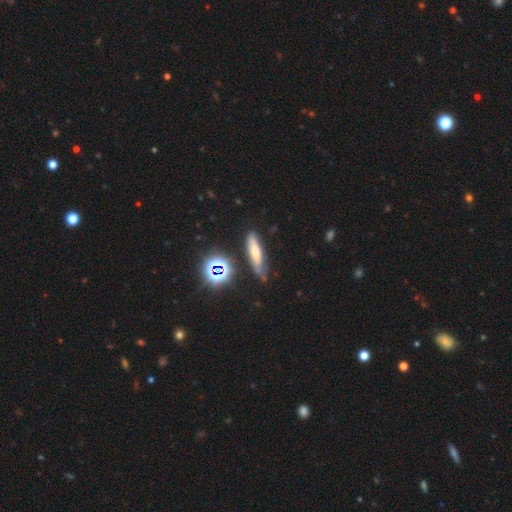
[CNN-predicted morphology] Smooth or featured?
  - smooth: 58% *
  - featured or disk: 22%
  - star or artifact: 19%
How rounded?
  - cigar-shaped: 71% *
  - in between: 23%
  - round: 6%
Merging?
  - none: 69% *
  - minor disturbance: 20%
  - major disturbance: 6%
  - merger: 5%